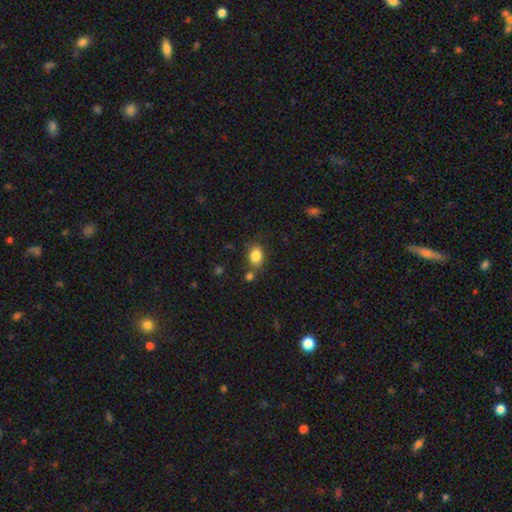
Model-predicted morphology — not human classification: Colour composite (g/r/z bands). It shows a smooth galaxy with no disk features (83%) that is in between round and cigar-shaped (65%). Merging: none (67%).